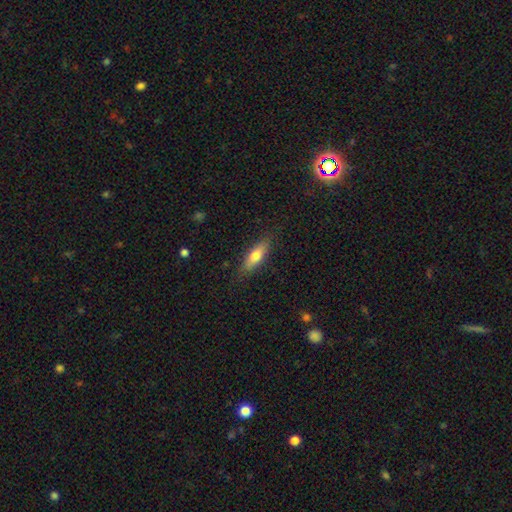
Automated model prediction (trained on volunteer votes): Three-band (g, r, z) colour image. It shows a smooth galaxy with no disk features (69%) that is in between round and cigar-shaped (53%). Merging: none (83%).